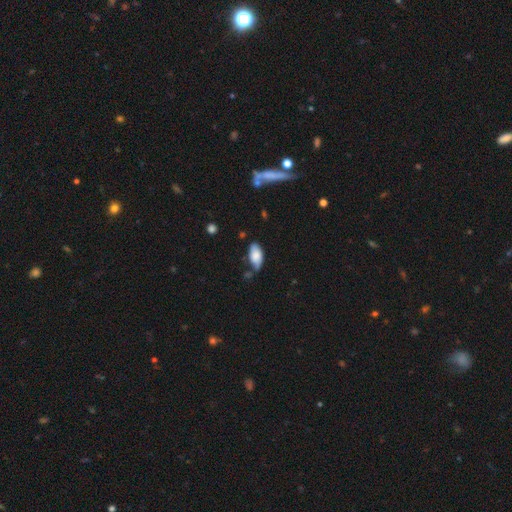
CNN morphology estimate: smooth 79%, featured or disk 14%, star or artifact 7%. Down the decision tree: how rounded — in between (93%); merging — none (50%).